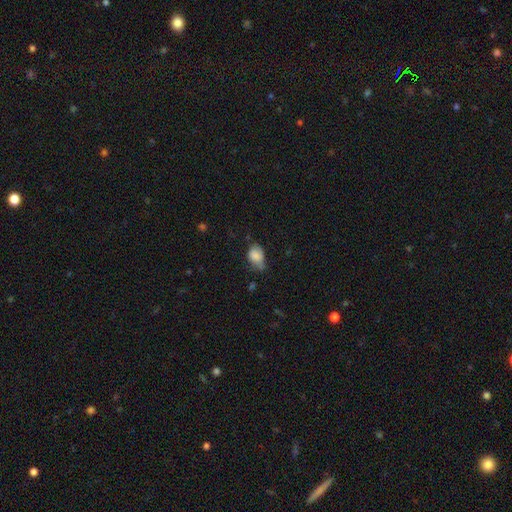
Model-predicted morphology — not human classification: Smooth or featured? Predicted: smooth (p=0.80). How rounded? Predicted: in between (p=0.76). Merging? Predicted: minor disturbance (p=0.43).